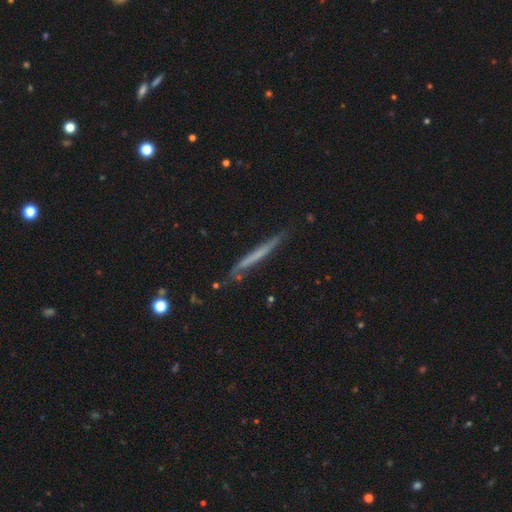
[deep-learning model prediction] smooth-or-featured: featured or disk: 49% | smooth: 44% | star or artifact: 7%
  merging: none: 77% | minor disturbance: 17% | major disturbance: 3% | merger: 2%